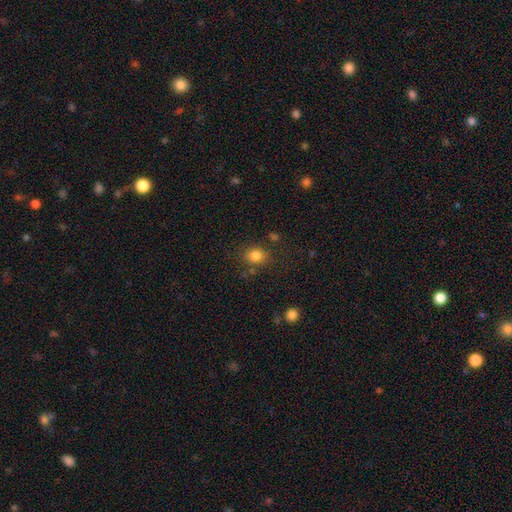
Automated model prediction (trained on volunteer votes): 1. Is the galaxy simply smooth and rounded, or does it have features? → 83% smooth, 12% star or artifact, 5% featured or disk.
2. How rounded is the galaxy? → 58% round, 41% in between, 1% cigar-shaped.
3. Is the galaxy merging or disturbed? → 75% none, 13% minor disturbance, 6% merger, 5% major disturbance.